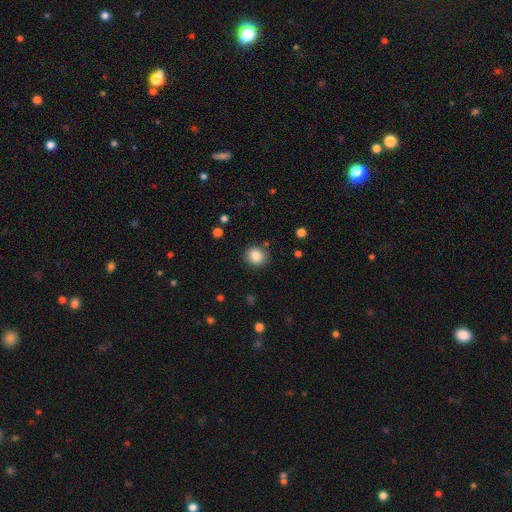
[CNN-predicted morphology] This is clearly a smooth galaxy (86%). How rounded: clearly round (81%). Merging: clearly none (85%).